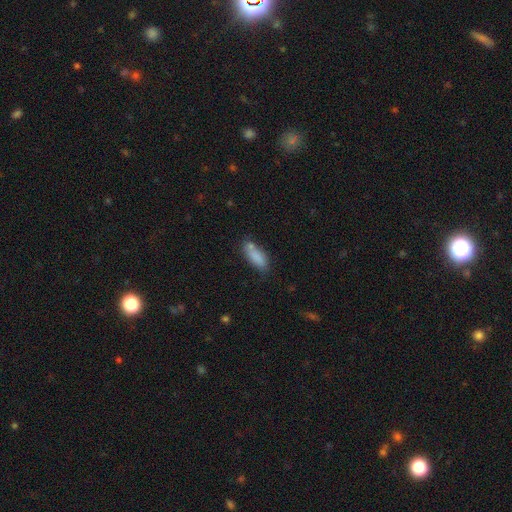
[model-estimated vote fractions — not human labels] Smooth or featured: smooth — 82% (featured or disk — 10%)
How rounded: in between — 68% (cigar-shaped — 30%)
Merging: none — 60% (minor disturbance — 21%)